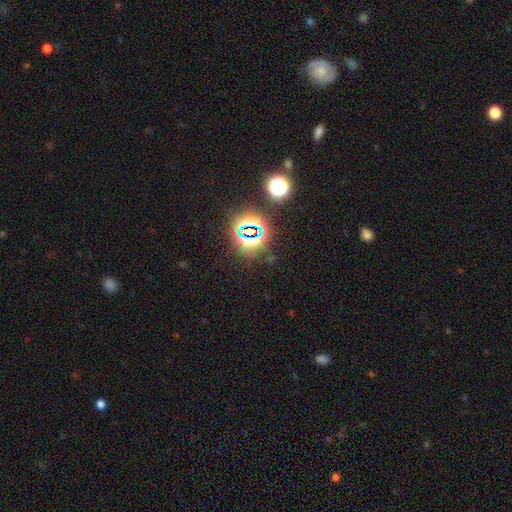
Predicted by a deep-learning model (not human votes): The model was most divided on "smooth or featured": star or artifact: 78%, smooth: 14%, featured or disk: 8%.